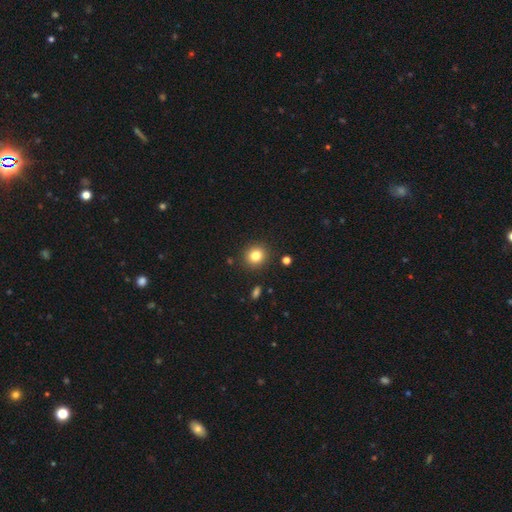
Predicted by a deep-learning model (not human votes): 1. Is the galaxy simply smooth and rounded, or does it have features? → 83% smooth, 11% star or artifact, 6% featured or disk.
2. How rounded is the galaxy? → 87% round, 12% in between, 1% cigar-shaped.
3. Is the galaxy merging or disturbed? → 89% none, 6% minor disturbance, 2% major disturbance, 2% merger.